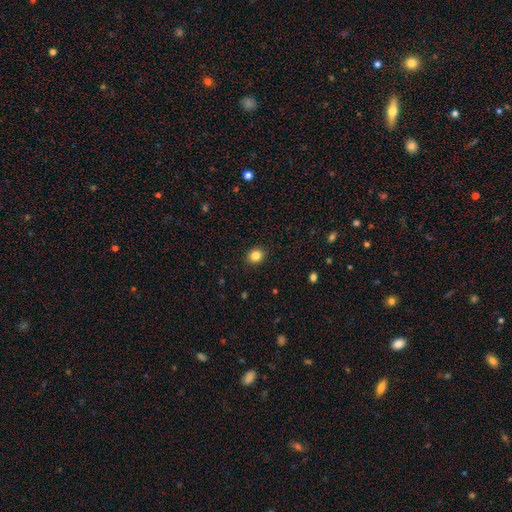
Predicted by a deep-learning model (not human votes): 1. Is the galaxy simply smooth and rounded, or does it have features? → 84% smooth, 11% star or artifact, 5% featured or disk.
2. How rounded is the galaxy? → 80% round, 19% in between, 1% cigar-shaped.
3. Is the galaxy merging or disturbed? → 91% none, 6% minor disturbance, 2% major disturbance, 1% merger.